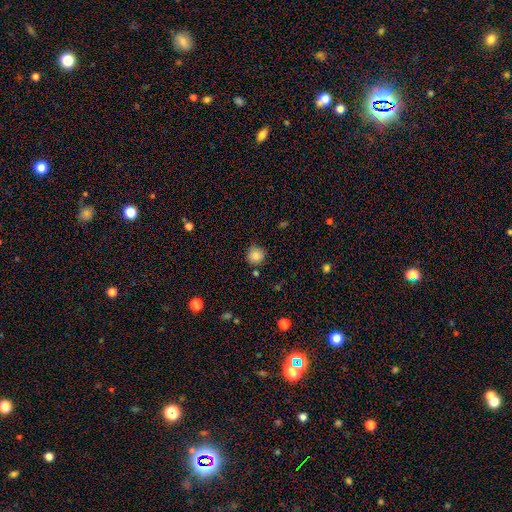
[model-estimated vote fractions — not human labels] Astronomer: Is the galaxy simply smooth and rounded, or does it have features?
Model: smooth — 84%.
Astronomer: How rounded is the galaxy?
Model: round — 94%.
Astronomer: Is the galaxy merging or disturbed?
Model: none — 84%.